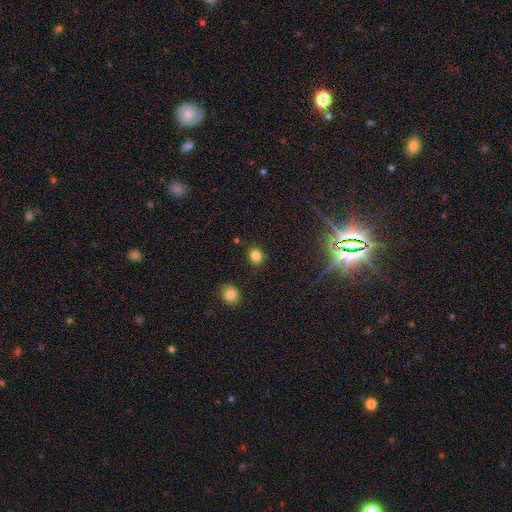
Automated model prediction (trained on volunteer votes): A smooth galaxy with no disk features (82%) that is round (69%). Merging: none (88%).